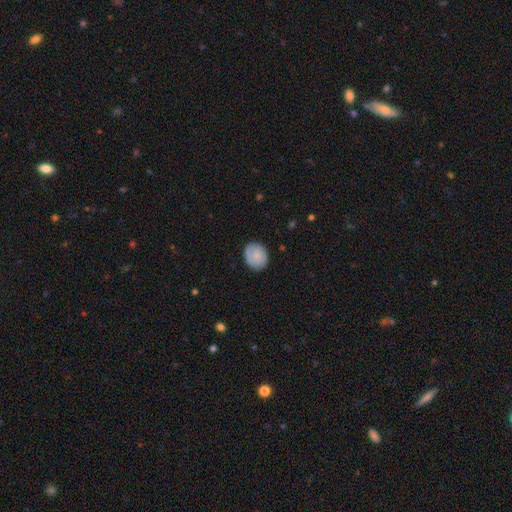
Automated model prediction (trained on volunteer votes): This appears to be a smooth galaxy with no disk features (76%) that is round (54%). Merging: none (81%).